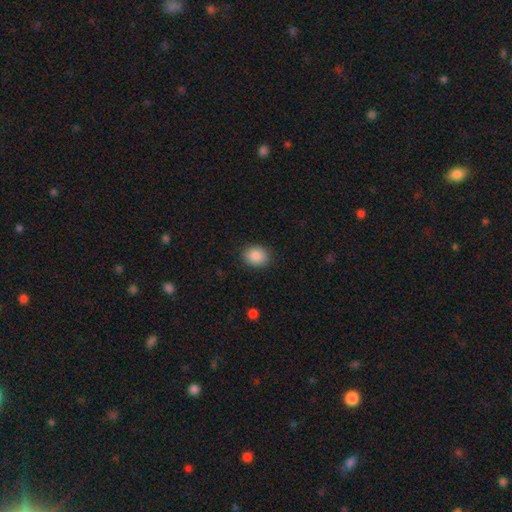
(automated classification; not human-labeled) smooth 88%, star or artifact 8%, featured or disk 5%. Down the decision tree: how rounded — round (54%); merging — none (87%).